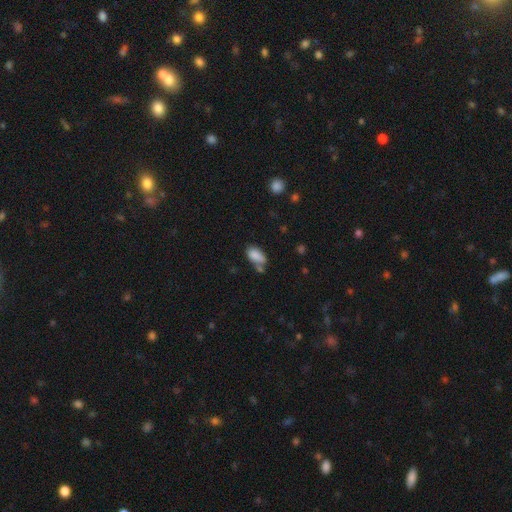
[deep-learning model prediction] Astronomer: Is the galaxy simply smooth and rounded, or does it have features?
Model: smooth — 84%.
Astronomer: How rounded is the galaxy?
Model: in between — 92%.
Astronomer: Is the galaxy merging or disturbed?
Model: none — 47% (runner-up: merger, 23%).